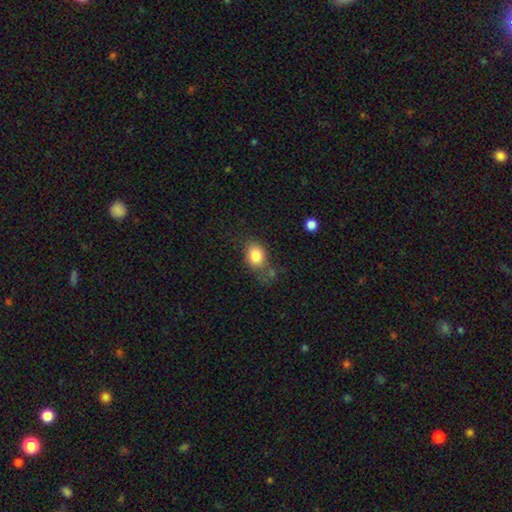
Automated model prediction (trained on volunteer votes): smooth 83%, star or artifact 9%, featured or disk 8%. Down the decision tree: how rounded — in between (58%); merging — none (59%).